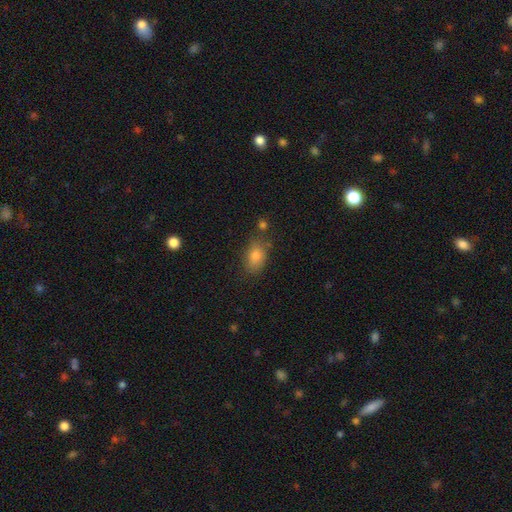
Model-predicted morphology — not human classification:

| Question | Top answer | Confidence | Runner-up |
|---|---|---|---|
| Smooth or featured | smooth | 79% | star or artifact (11%) |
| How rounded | in between | 81% | round (16%) |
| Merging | none | 74% | minor disturbance (16%) |